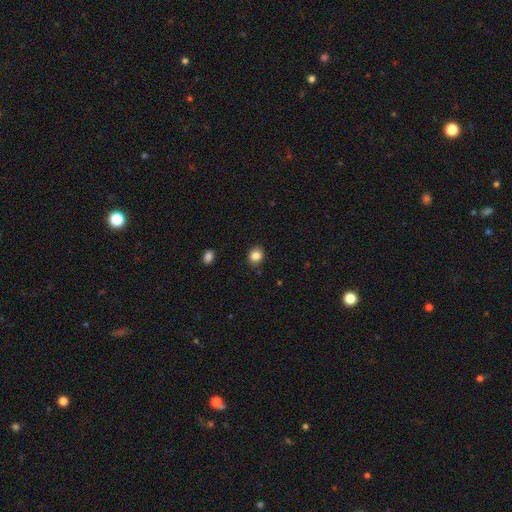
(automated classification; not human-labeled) This is clearly a smooth galaxy (85%). How rounded: likely round (74%). Merging: clearly none (87%).